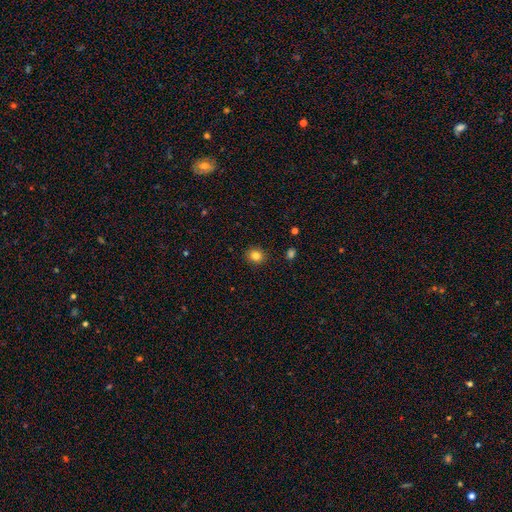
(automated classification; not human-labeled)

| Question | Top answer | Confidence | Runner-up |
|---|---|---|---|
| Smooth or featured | smooth | 84% | star or artifact (11%) |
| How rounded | round | 77% | in between (22%) |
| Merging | none | 90% | minor disturbance (7%) |